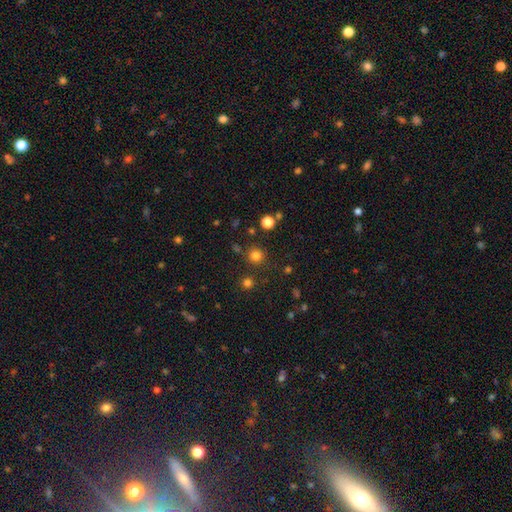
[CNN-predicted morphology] Overall: smooth (78%). How rounded: round (93%). Merging: none (85%).